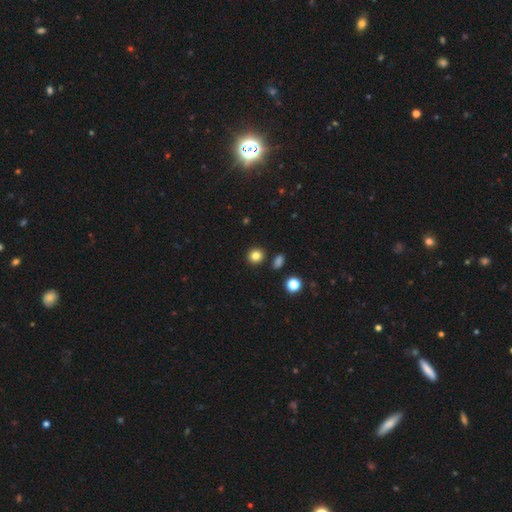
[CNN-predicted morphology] Smooth or featured? smooth (83%)
How rounded? round (89%)
Merging? none (89%)